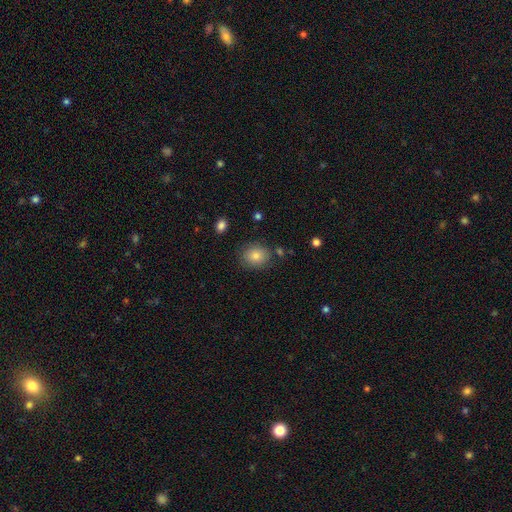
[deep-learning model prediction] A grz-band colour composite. It shows a smooth galaxy with no disk features (82%) that is round (70%). Merging: none (82%).